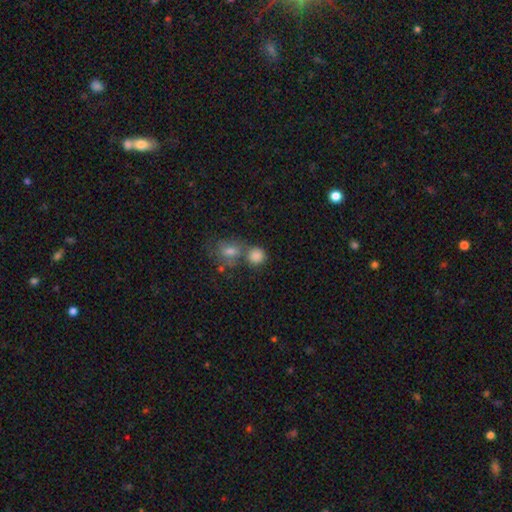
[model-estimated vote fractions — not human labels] Overall: smooth (83%). How rounded: round (82%). Merging: none (45%; merger 40%).